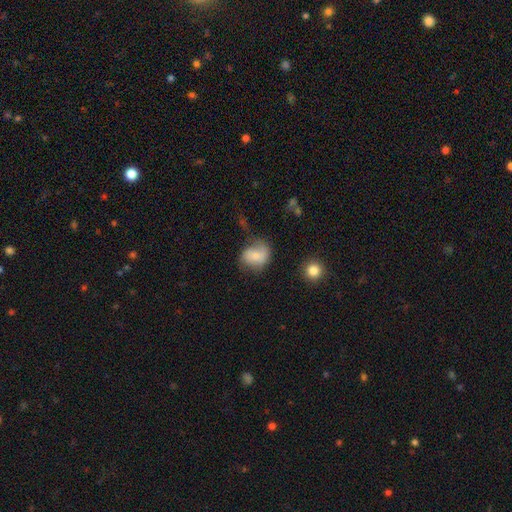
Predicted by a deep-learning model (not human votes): smooth-or-featured: smooth: 61% | featured or disk: 30% | star or artifact: 8%
  how-rounded: round: 53% | in between: 46% | cigar-shaped: 1%
  merging: none: 43% | minor disturbance: 28% | major disturbance: 24% | merger: 5%